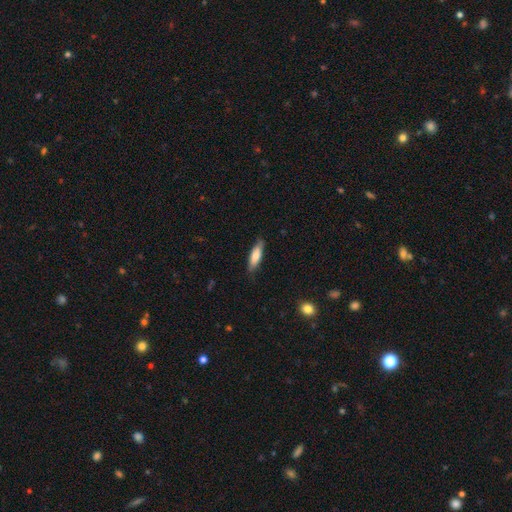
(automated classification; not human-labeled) Smooth or featured? Predicted: smooth (p=0.76). How rounded? Predicted: cigar-shaped (p=0.57). Merging? Predicted: none (p=0.81).